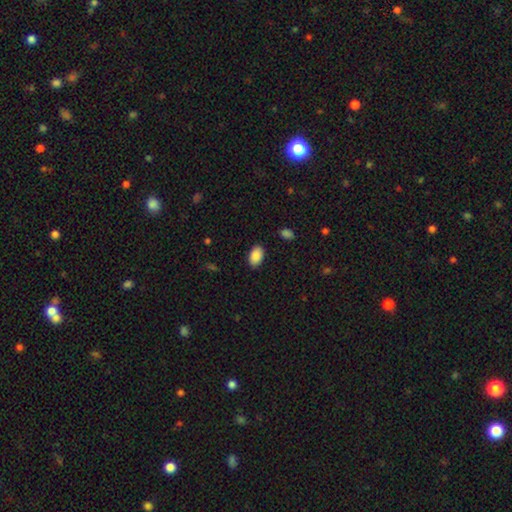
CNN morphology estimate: smooth_or_featured: smooth (p=0.89) [alt: star or artifact p=0.07]
how_rounded: in between (p=0.93) [alt: round p=0.06]
merging: none (p=0.87) [alt: minor disturbance p=0.09]